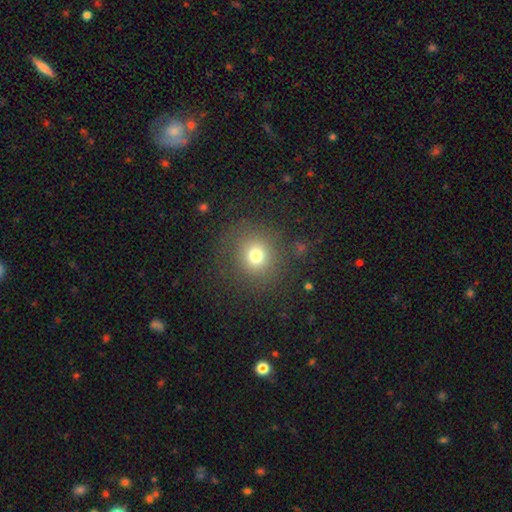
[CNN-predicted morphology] smooth 74%, star or artifact 16%, featured or disk 9%. Down the decision tree: how rounded — round (87%); merging — none (82%).